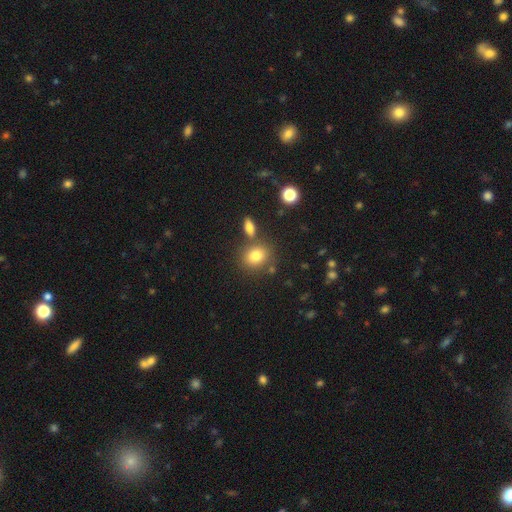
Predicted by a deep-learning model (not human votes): Smooth or featured? Predicted: smooth (p=0.80). How rounded? Predicted: round (p=0.60). Merging? Predicted: none (p=0.69).